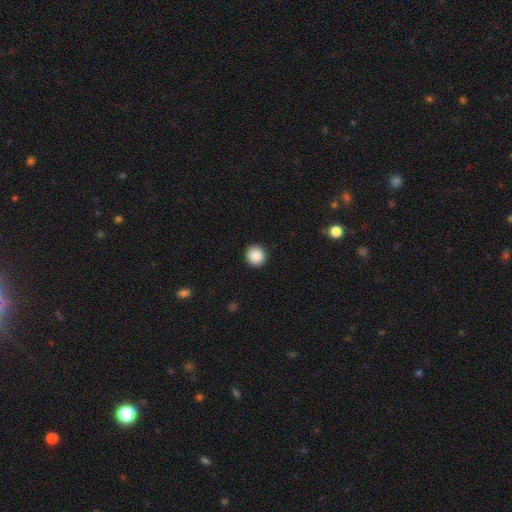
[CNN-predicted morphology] Smooth or featured: smooth — 89% (star or artifact — 8%)
How rounded: round — 94% (in between — 5%)
Merging: none — 92% (minor disturbance — 5%)